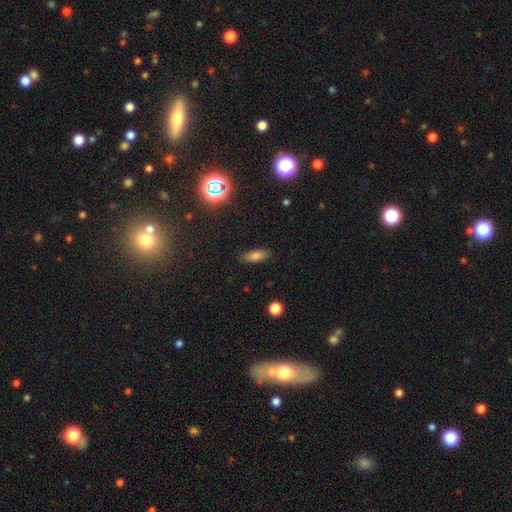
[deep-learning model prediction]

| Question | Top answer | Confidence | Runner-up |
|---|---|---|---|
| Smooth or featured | smooth | 78% | featured or disk (12%) |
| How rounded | in between | 71% | cigar-shaped (26%) |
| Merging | none | 85% | minor disturbance (11%) |